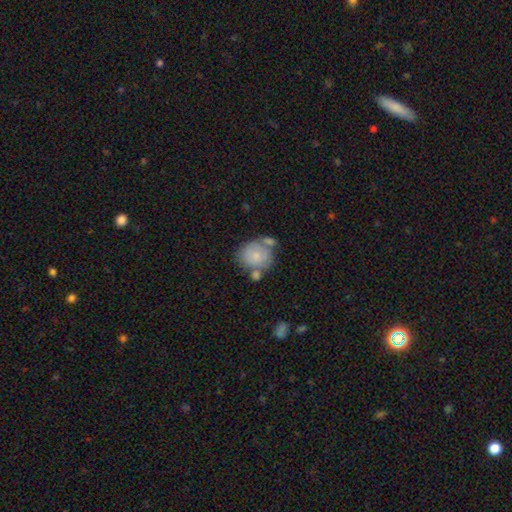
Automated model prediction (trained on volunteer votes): smooth 70%, featured or disk 23%, star or artifact 7%. Down the decision tree: how rounded — round (65%); merging — none (43%).